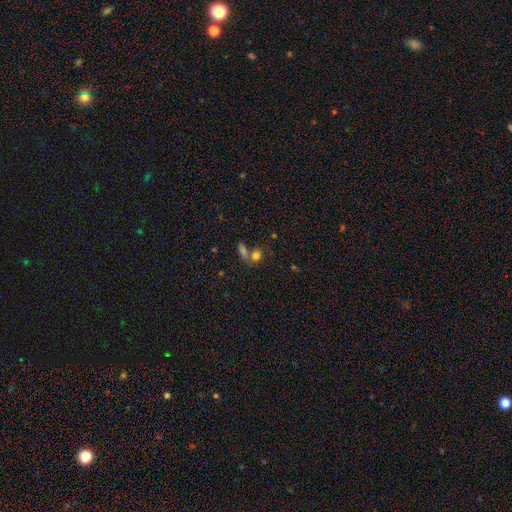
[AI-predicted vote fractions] Smooth or featured? Predicted: smooth (p=0.75). How rounded? Predicted: in between (p=0.49). Merging? Predicted: none (p=0.47).